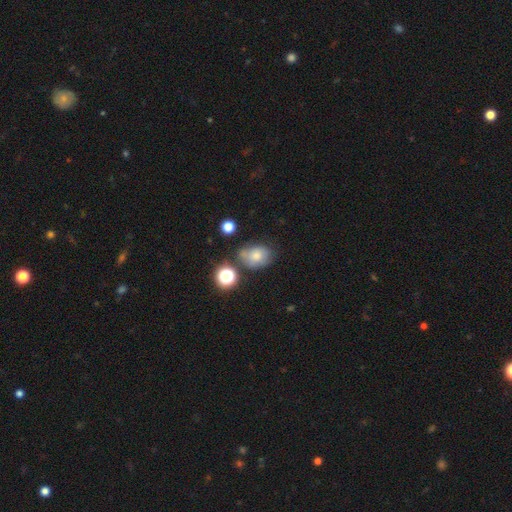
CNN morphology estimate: Smooth or featured? smooth (71%)
How rounded? in between (64%)
Merging? none (50%)